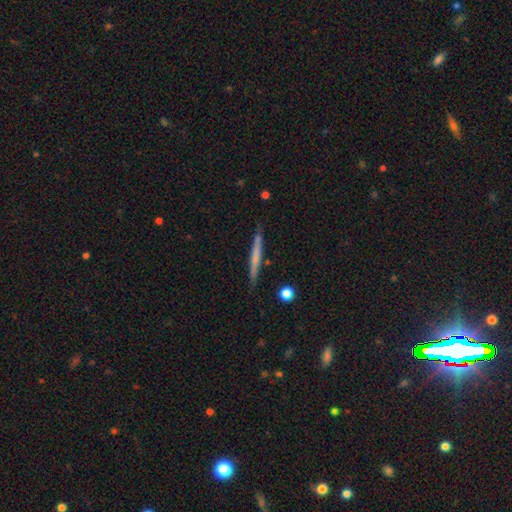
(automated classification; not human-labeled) smooth_or_featured: smooth (p=0.50) [alt: featured or disk p=0.44]
merging: none (p=0.87) [alt: minor disturbance p=0.10]